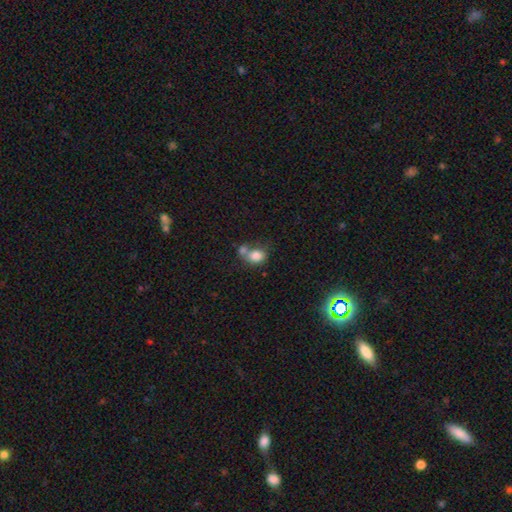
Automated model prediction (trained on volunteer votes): Morphology: type=smooth (80%); roundness=in between (52%); merging=merger (46%).